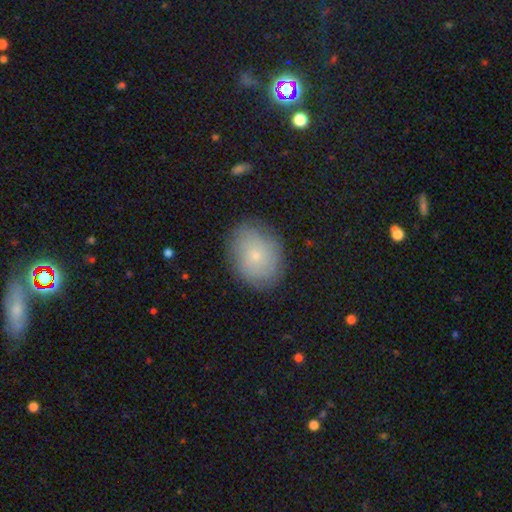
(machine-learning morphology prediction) smooth-or-featured: smooth: 63% | featured or disk: 27% | star or artifact: 9%
  how-rounded: in between: 61% | round: 38% | cigar-shaped: 1%
  merging: none: 82% | minor disturbance: 13% | major disturbance: 4% | merger: 1%